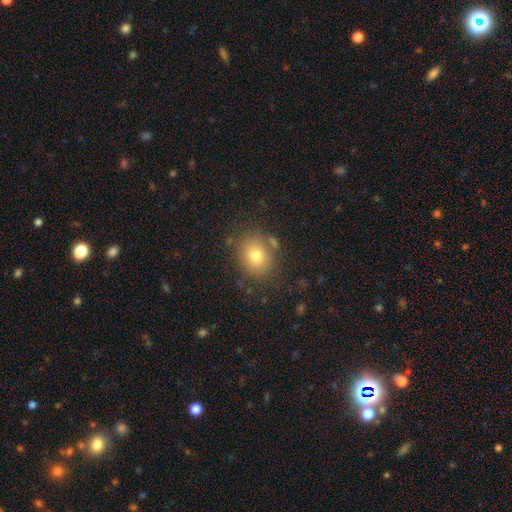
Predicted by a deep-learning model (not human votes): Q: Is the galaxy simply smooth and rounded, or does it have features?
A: smooth — 76%.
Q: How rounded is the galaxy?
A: round — 67%.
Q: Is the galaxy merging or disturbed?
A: none — 79%.